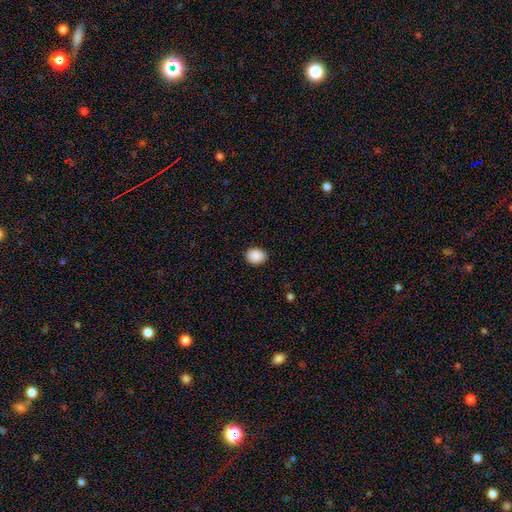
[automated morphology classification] Q: Smooth or featured?
A: smooth (90%); runner-up: star or artifact (8%)
Q: How rounded?
A: in between (56%); runner-up: round (43%)
Q: Merging?
A: none (89%); runner-up: minor disturbance (8%)